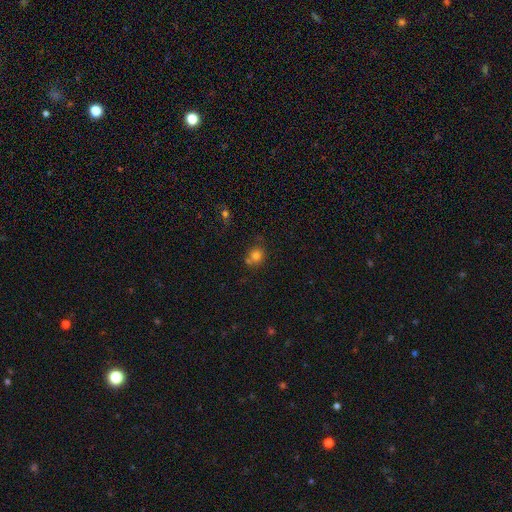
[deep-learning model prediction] This is likely a smooth galaxy (78%). How rounded: clearly round (81%). Merging: possibly none (59%).